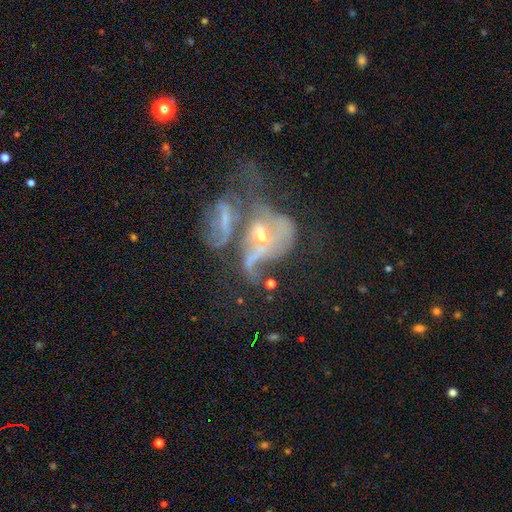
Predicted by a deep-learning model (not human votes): Smooth or featured?
  - featured or disk: 65% *
  - smooth: 21%
  - star or artifact: 14%
Edge-on disk?
  - no: 94% *
  - yes: 6%
Bar?
  - no: 64% *
  - weak: 24%
  - strong: 12%
Spiral arms?
  - yes: 59% *
  - no: 41%
Bulge size?
  - moderate: 48% *
  - small: 40%
  - none: 6%
  - large: 4%
  - dominant: 2%
Merging?
  - merger: 67% *
  - major disturbance: 19%
  - none: 9%
  - minor disturbance: 6%